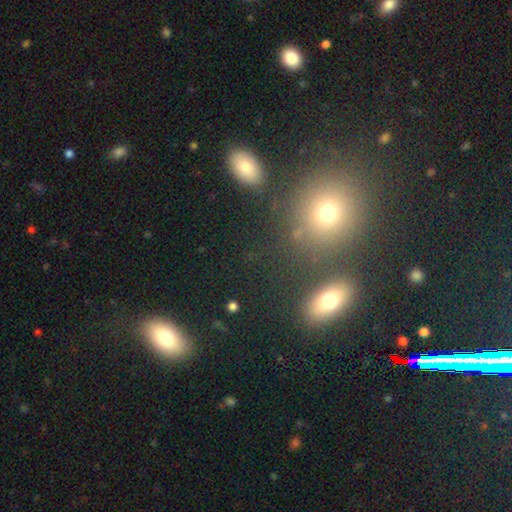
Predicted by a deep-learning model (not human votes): Q: Smooth or featured?
A: smooth (50%); runner-up: star or artifact (34%)
Q: Merging?
A: none (75%); runner-up: minor disturbance (11%)